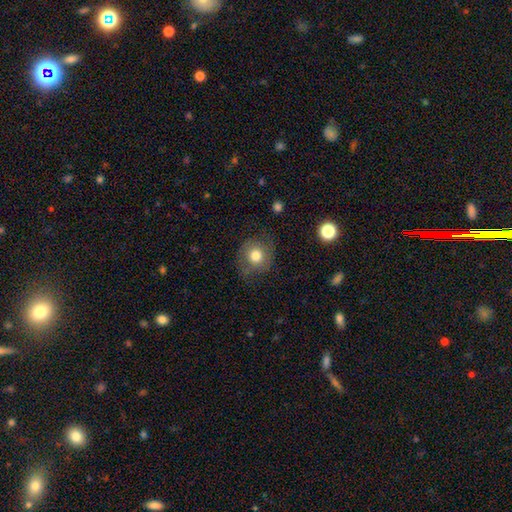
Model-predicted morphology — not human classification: smooth_or_featured: smooth (p=0.69) [alt: featured or disk p=0.22]
how_rounded: round (p=0.85) [alt: in between p=0.14]
merging: none (p=0.71) [alt: minor disturbance p=0.19]